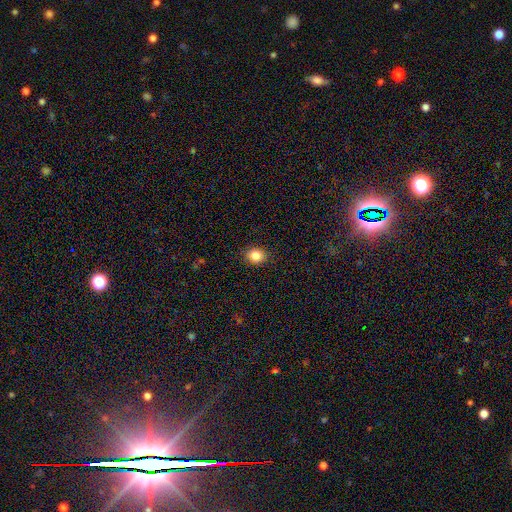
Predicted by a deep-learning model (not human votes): This appears to be a smooth galaxy with no disk features (85%) that is round (69%). Merging: none (89%).